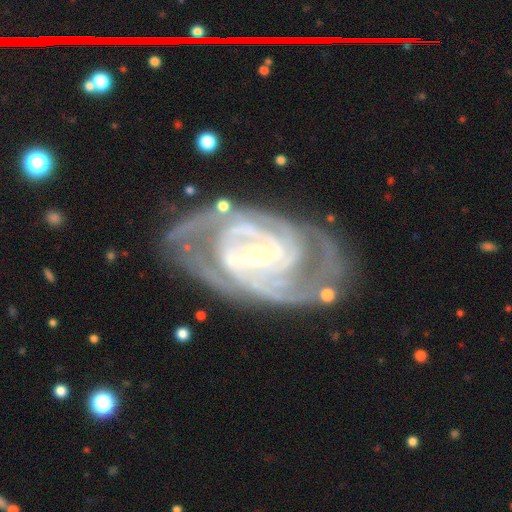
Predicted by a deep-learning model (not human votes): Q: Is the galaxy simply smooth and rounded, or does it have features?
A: featured or disk — 91%.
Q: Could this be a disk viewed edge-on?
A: no — 97%.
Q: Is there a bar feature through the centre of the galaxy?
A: no — 47%.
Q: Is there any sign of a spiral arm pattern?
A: yes — 97%.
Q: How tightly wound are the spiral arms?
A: tight — 67%.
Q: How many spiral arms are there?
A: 3 — 28%.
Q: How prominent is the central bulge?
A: small — 68%.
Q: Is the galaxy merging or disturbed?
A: none — 66%.